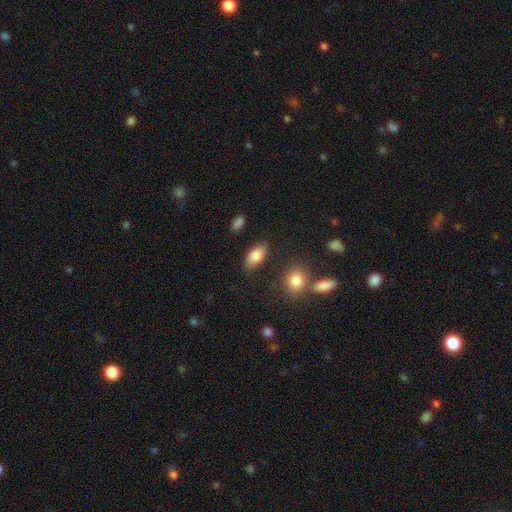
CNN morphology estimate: Smooth or featured? Predicted: smooth (p=0.84). How rounded? Predicted: in between (p=0.91). Merging? Predicted: none (p=0.83).